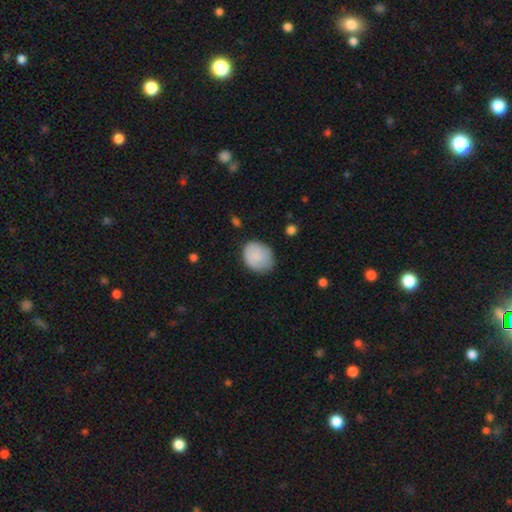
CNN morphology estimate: The model was most divided on "how rounded": round: 51%, in between: 48%, cigar-shaped: 1%. More confident: smooth or featured — smooth (81%); merging — none (71%).